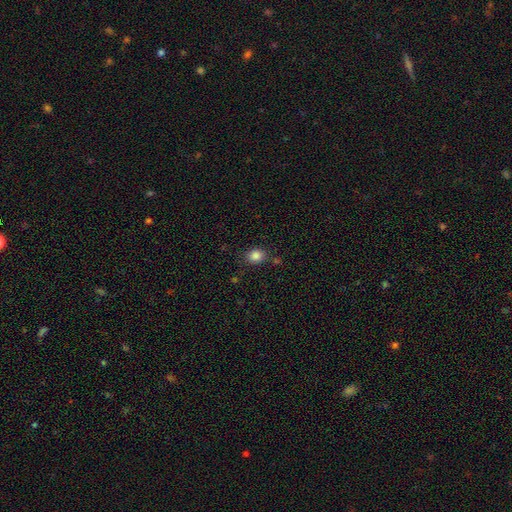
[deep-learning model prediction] Smooth or featured?
  - smooth: 85% *
  - star or artifact: 11%
  - featured or disk: 4%
How rounded?
  - round: 60% *
  - in between: 39%
  - cigar-shaped: 1%
Merging?
  - none: 79% *
  - minor disturbance: 13%
  - merger: 5%
  - major disturbance: 4%